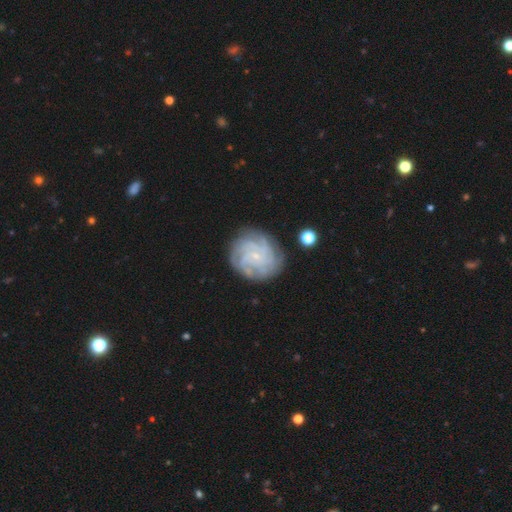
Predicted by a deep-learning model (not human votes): Q: Smooth or featured?
A: featured or disk (80%); runner-up: smooth (12%)
Q: Edge-on disk?
A: no (98%); runner-up: yes (2%)
Q: Bar?
A: no (74%); runner-up: weak (22%)
Q: Spiral arms?
A: yes (96%); runner-up: no (4%)
Q: Spiral winding?
A: tight (70%); runner-up: medium (24%)
Q: Spiral arm count?
A: 4 (27%); runner-up: can't tell (26%)
Q: Bulge size?
A: small (84%); runner-up: moderate (9%)
Q: Merging?
A: none (80%); runner-up: minor disturbance (13%)